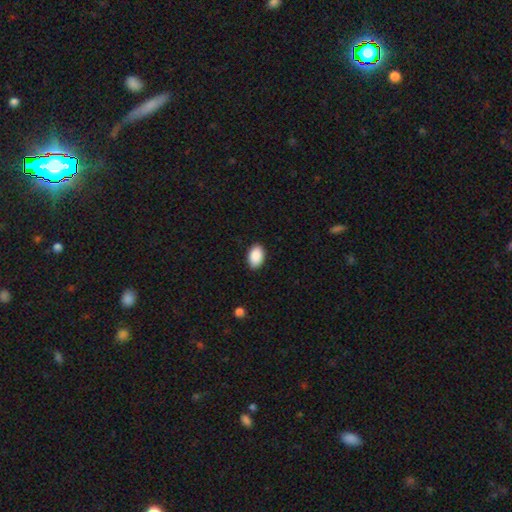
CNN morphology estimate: This appears to be a smooth galaxy with no disk features (90%) that is in between round and cigar-shaped (91%). Merging: none (89%).